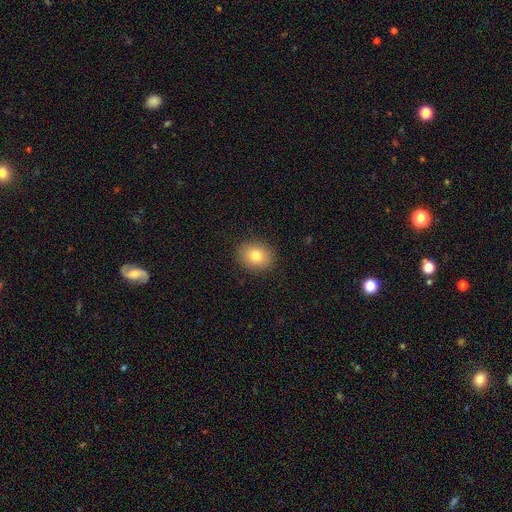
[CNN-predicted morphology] smooth_or_featured: smooth (p=0.80) [alt: star or artifact p=0.10]
how_rounded: round (p=0.55) [alt: in between p=0.44]
merging: none (p=0.90) [alt: minor disturbance p=0.07]